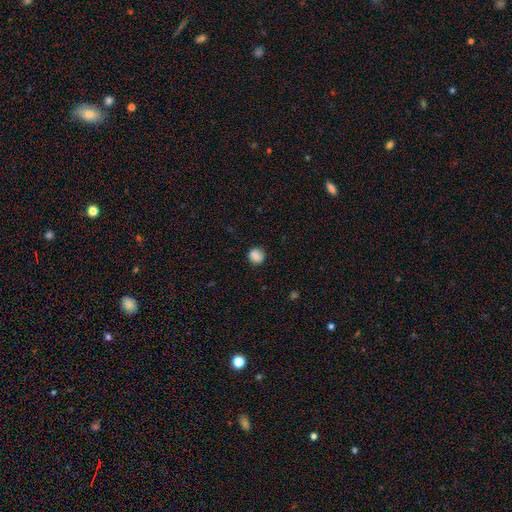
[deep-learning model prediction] Smooth or featured? Predicted: smooth (p=0.86). How rounded? Predicted: round (p=0.87). Merging? Predicted: none (p=0.84).